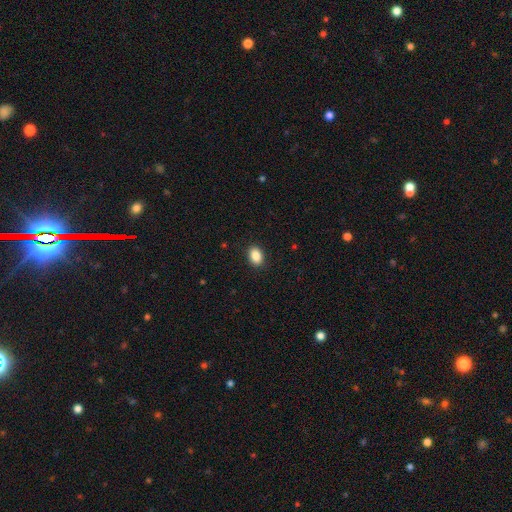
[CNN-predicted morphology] A smooth galaxy with no disk features (88%) that is in between round and cigar-shaped (80%).

Vote fractions:
- Smooth or featured? smooth: 88% / star or artifact: 8% / featured or disk: 4%
- How rounded? in between: 80% / round: 19% / cigar-shaped: 1%
- Merging? none: 90% / minor disturbance: 7% / major disturbance: 2% / merger: 1%